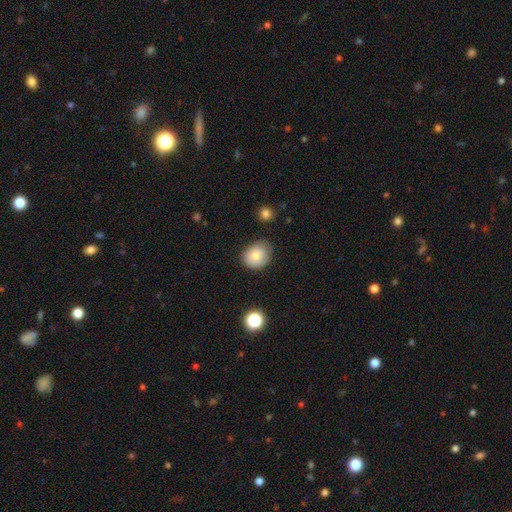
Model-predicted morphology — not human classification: smooth-or-featured: smooth: 76% | featured or disk: 15% | star or artifact: 9%
  how-rounded: round: 58% | in between: 41% | cigar-shaped: 1%
  merging: none: 67% | minor disturbance: 26% | major disturbance: 5% | merger: 2%